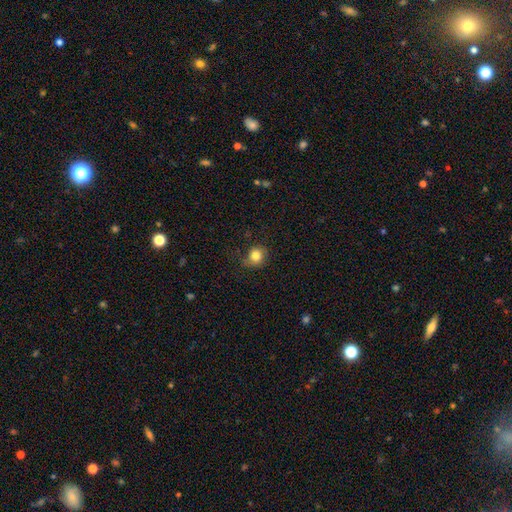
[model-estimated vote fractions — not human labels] Smooth or featured? smooth (82%)
How rounded? round (79%)
Merging? none (72%)